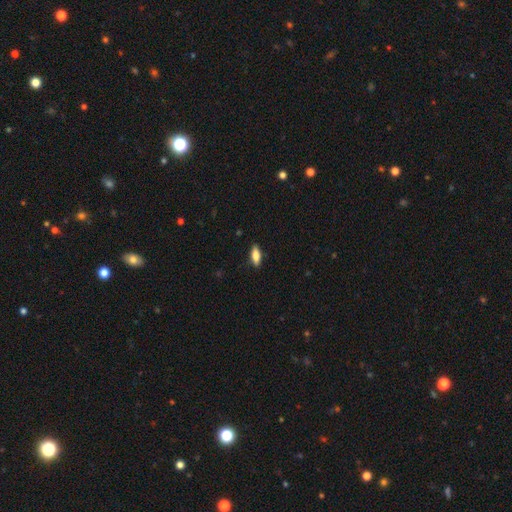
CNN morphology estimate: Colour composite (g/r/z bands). It shows a smooth galaxy with no disk features (77%) that is in between round and cigar-shaped (70%). Merging: none (87%).